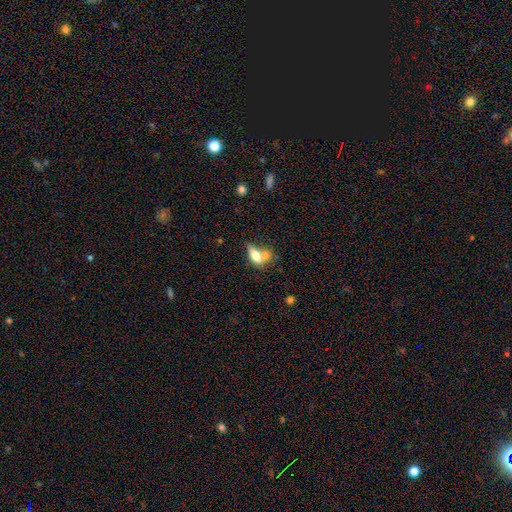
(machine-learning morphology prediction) A smooth galaxy with no disk features (61%) that is in between round and cigar-shaped (73%). Merging: merger (52%).